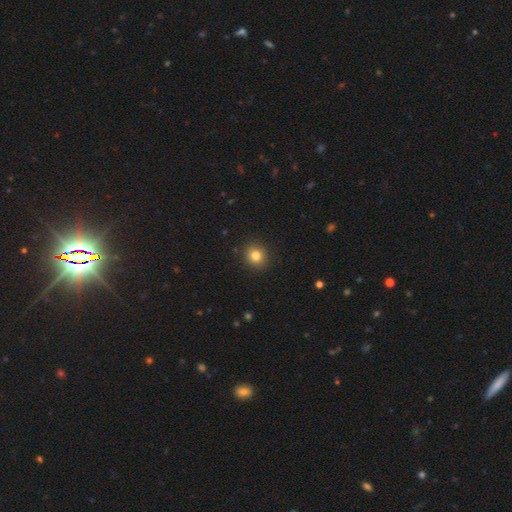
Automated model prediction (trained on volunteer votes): Overall: smooth (82%). How rounded: round (84%). Merging: none (91%).